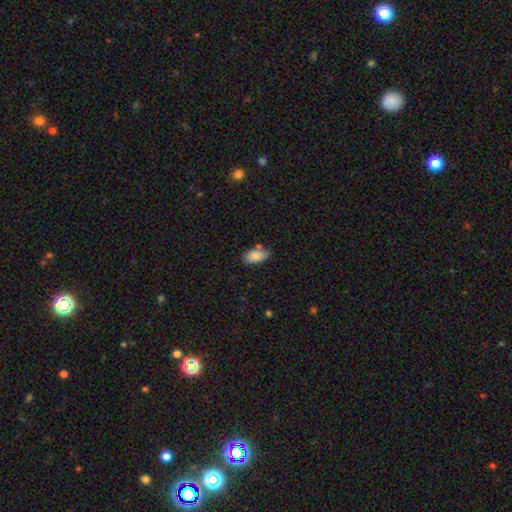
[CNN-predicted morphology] Smooth or featured? Predicted: smooth (p=0.84). How rounded? Predicted: in between (p=0.92). Merging? Predicted: none (p=0.66).